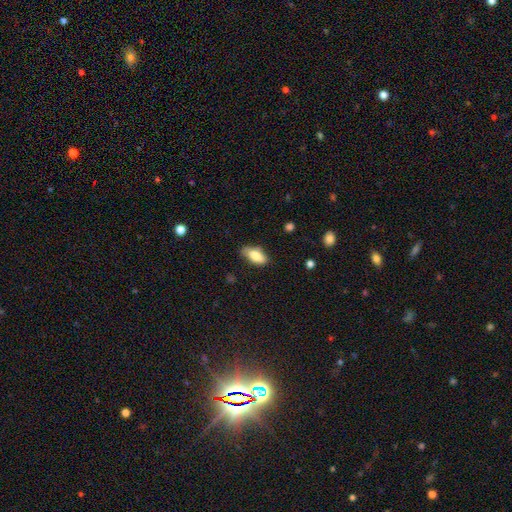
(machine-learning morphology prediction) Smooth or featured: smooth — 82% (featured or disk — 11%)
How rounded: in between — 87% (cigar-shaped — 10%)
Merging: none — 72% (minor disturbance — 22%)